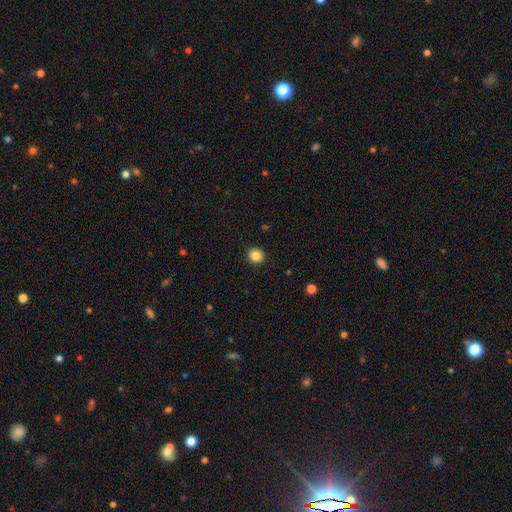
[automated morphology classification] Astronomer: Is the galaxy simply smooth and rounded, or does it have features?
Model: smooth — 85%.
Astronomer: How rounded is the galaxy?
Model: round — 93%.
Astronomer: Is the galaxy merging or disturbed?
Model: none — 93%.